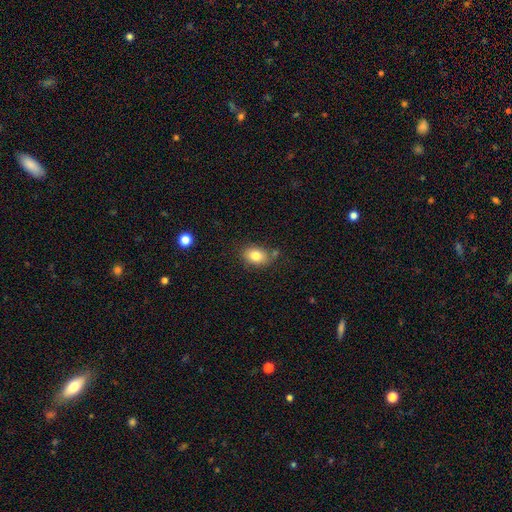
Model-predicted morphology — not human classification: Smooth or featured? Predicted: smooth (p=0.81). How rounded? Predicted: in between (p=0.77). Merging? Predicted: none (p=0.73).